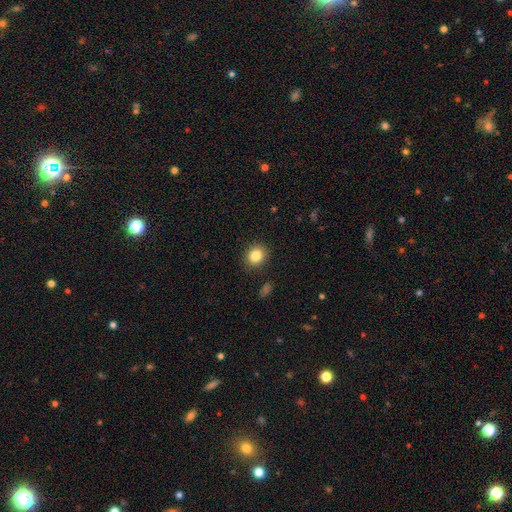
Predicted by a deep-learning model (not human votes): smooth-or-featured: smooth: 84% | star or artifact: 10% | featured or disk: 6%
  how-rounded: round: 73% | in between: 26% | cigar-shaped: 1%
  merging: none: 89% | minor disturbance: 8% | major disturbance: 2% | merger: 1%